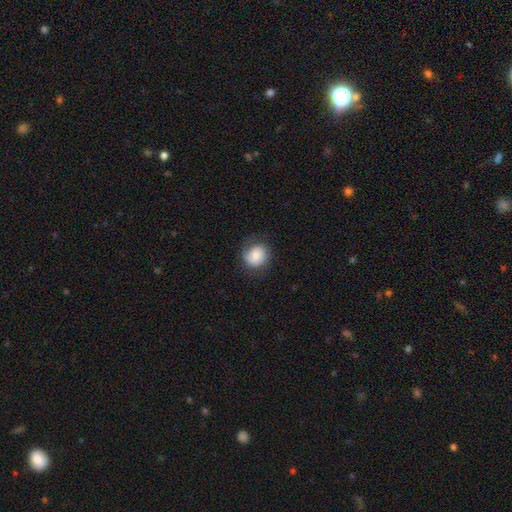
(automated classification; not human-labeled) Morphology: type=smooth (64%); roundness=round (76%); merging=none (68%).